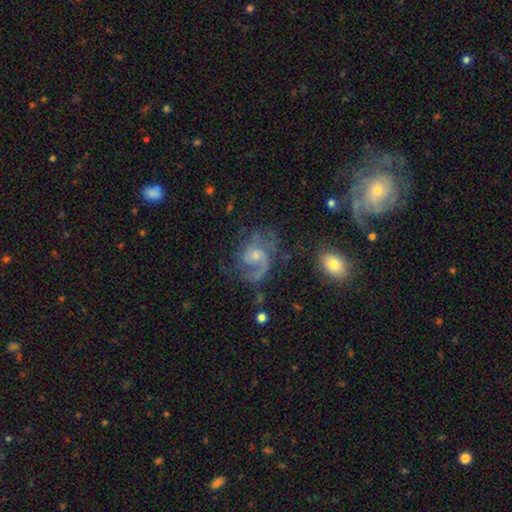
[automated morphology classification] Smooth or featured?
  - featured or disk: 82% *
  - smooth: 10%
  - star or artifact: 8%
Edge-on disk?
  - no: 98% *
  - yes: 2%
Bar?
  - no: 62% *
  - weak: 33%
  - strong: 5%
Spiral arms?
  - yes: 94% *
  - no: 6%
Spiral winding?
  - medium: 48% *
  - loose: 26%
  - tight: 25%
Spiral arm count?
  - 2: 51% *
  - 1: 27%
  - can't tell: 11%
  - 3: 6%
  - 4: 2%
  - more than 4: 2%
Bulge size?
  - small: 55% *
  - moderate: 34%
  - none: 7%
  - large: 3%
  - dominant: 1%
Merging?
  - none: 58% *
  - major disturbance: 21%
  - minor disturbance: 19%
  - merger: 3%